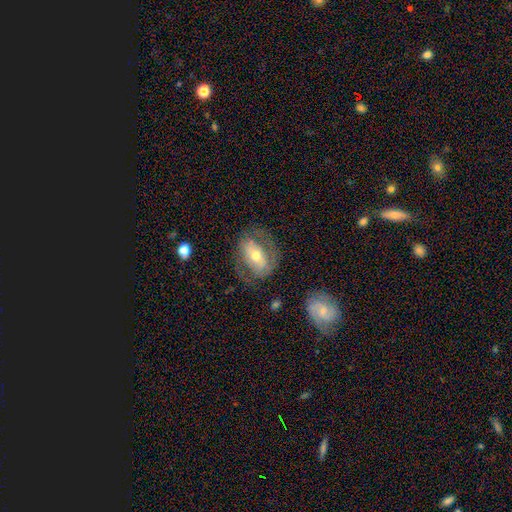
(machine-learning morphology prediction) smooth-or-featured: featured or disk: 62% | smooth: 31% | star or artifact: 7%
  disk-edge-on: no: 93% | yes: 7%
    bar: strong: 37% | no: 34% | weak: 30%
    has-spiral-arms: yes: 58% | no: 42%
    bulge-size: moderate: 59% | small: 33% | large: 5% | dominant: 1% | none: 1%
  merging: none: 67% | minor disturbance: 17% | major disturbance: 14% | merger: 2%